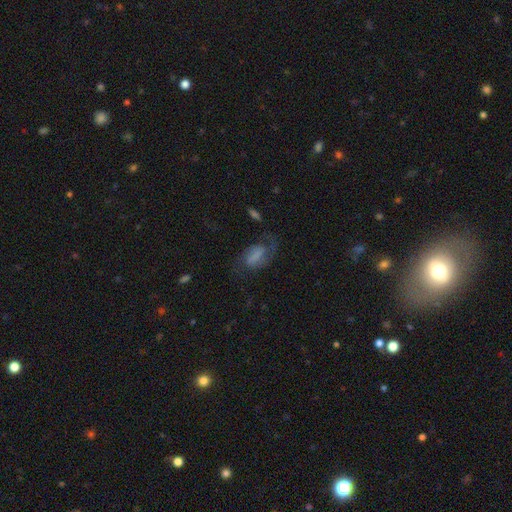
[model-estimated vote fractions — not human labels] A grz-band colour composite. It shows a featured or disk galaxy (55%) with a weak bar (41%), spiral arms (87%) and no central bulge (52%). Merging: none (52%).